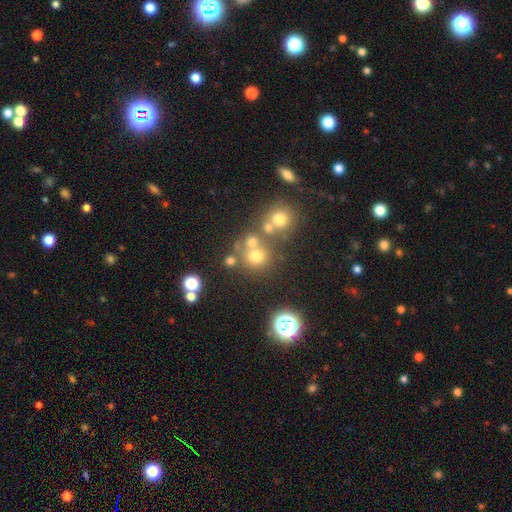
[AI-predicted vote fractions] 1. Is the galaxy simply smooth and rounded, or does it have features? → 64% smooth, 23% star or artifact, 12% featured or disk.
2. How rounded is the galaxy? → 87% round, 12% in between, 1% cigar-shaped.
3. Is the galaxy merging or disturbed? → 61% none, 26% merger, 9% minor disturbance, 5% major disturbance.